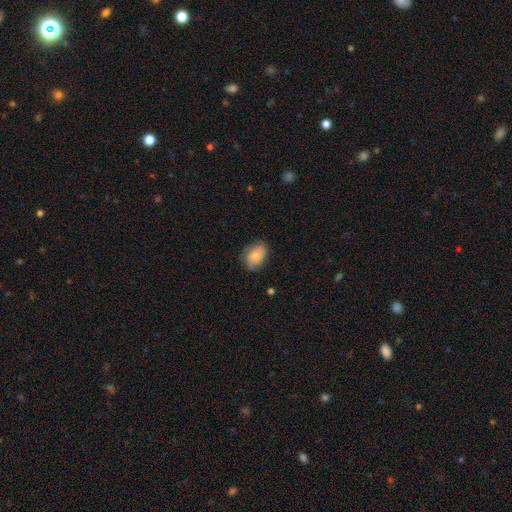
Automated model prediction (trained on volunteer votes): A smooth galaxy with no disk features (67%) that is in between round and cigar-shaped (75%). Merging: none (67%).